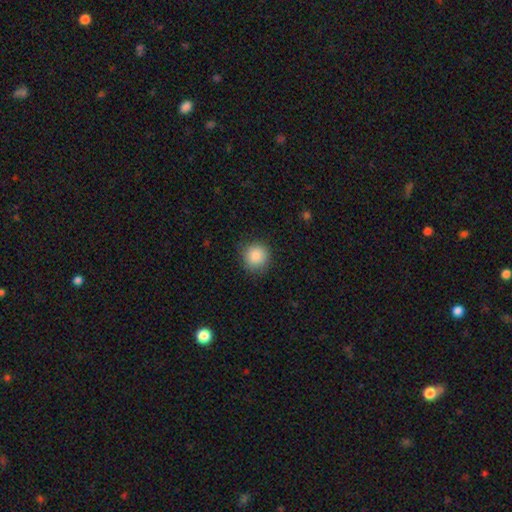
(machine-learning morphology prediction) Overall: smooth (88%). How rounded: round (92%). Merging: none (86%).